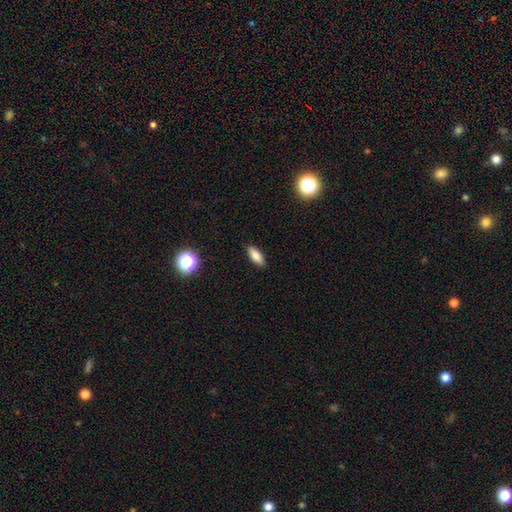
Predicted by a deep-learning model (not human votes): This is likely a smooth galaxy (79%). How rounded: likely in between (73%). Merging: clearly none (89%).